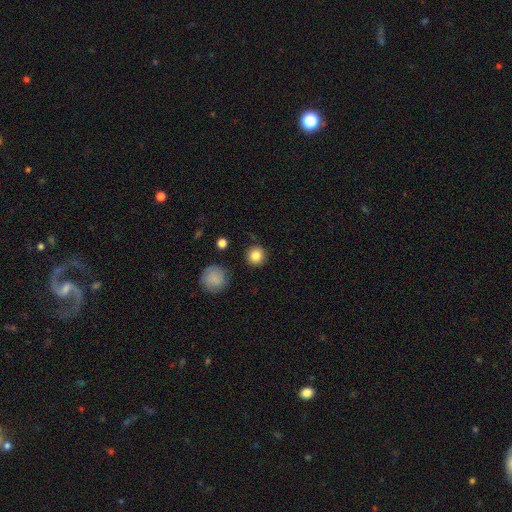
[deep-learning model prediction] smooth-or-featured: smooth: 84% | star or artifact: 10% | featured or disk: 7%
  how-rounded: round: 95% | in between: 4% | cigar-shaped: 1%
  merging: none: 87% | minor disturbance: 8% | major disturbance: 3% | merger: 2%